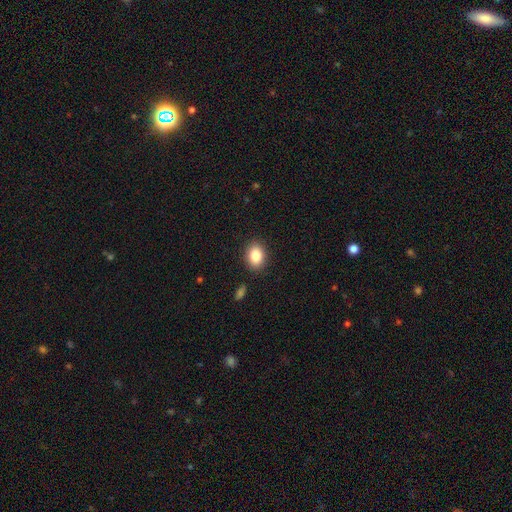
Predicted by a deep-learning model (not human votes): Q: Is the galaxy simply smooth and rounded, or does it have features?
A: smooth — 85%.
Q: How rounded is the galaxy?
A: in between — 68%.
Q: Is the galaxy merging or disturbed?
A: none — 88%.